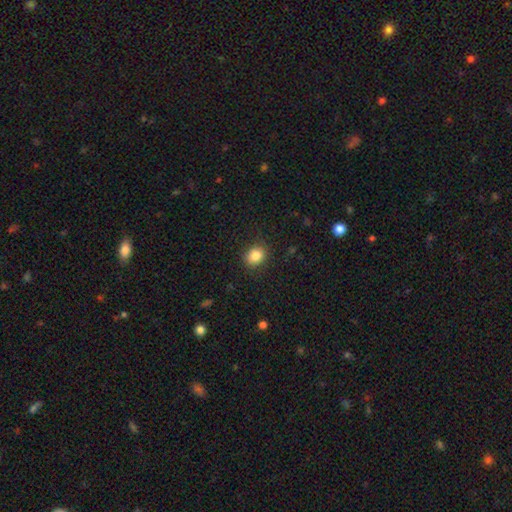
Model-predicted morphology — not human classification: type=smooth (85%); roundness=round (63%); merging=none (87%).